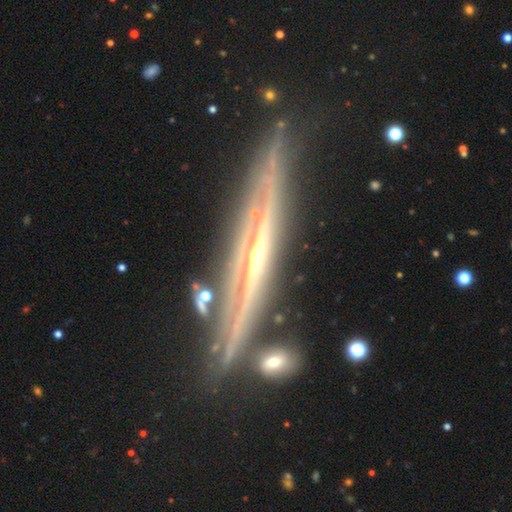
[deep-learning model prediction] This is likely a featured or disk galaxy (79%). It is clearly viewed edge-on (92%). Edge-on bulge: possibly rounded (50%). Merging: likely none (80%).